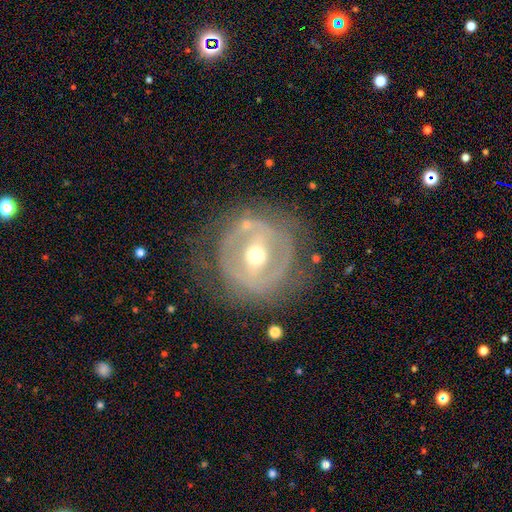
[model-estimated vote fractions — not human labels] Morphology: type=featured or disk (74%); edge-on=no (94%); bar=strong (42%); spiral arms=no (55%); bulge=moderate (68%); merging=none (66%).